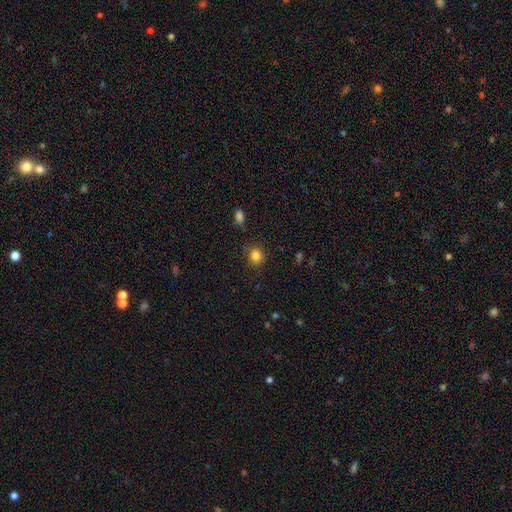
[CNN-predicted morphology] This appears to be a smooth galaxy with no disk features (84%) that is round (84%). Merging: none (86%).